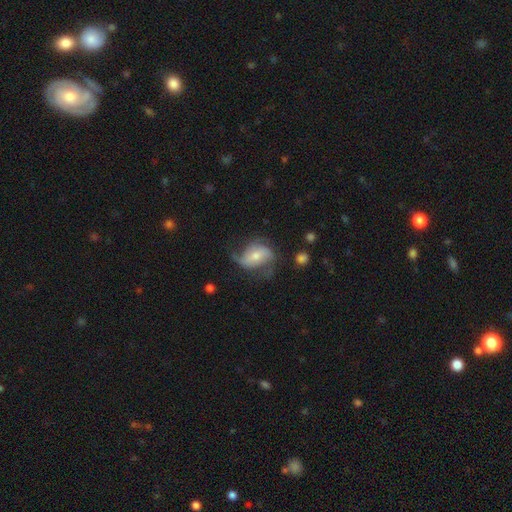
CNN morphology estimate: Overall: featured or disk (66%). Edge-on disk: no (96%). Bar: no (45%; weak 38%). Spiral arms: yes (88%). Spiral arm count: 2 (64%). Spiral winding: loose (55%; medium 34%). Bulge size: moderate (48%; small 43%). Merging: none (45%; major disturbance 26%).